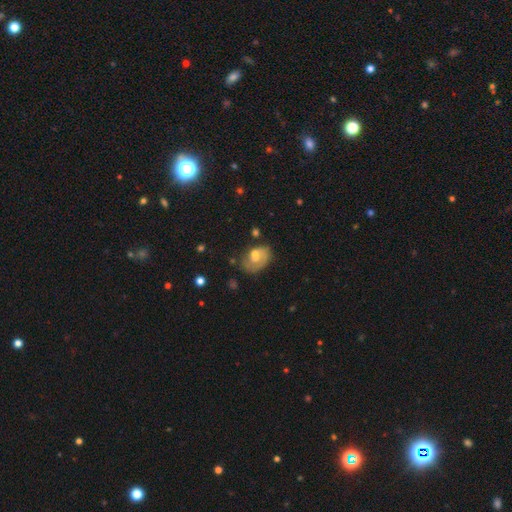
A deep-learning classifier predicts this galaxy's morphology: type=featured or disk (48%); merging=none (43%).